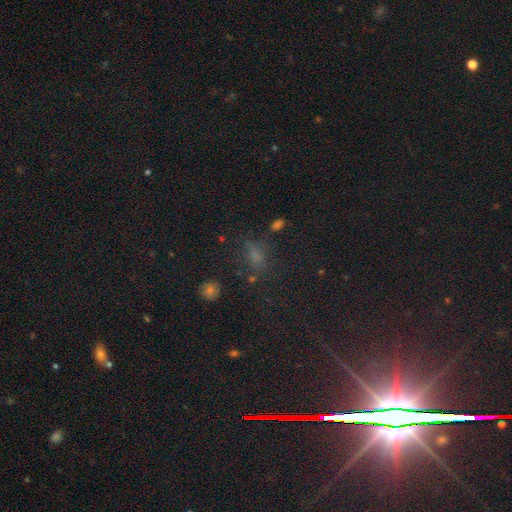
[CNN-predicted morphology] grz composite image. It shows a smooth galaxy with no disk features (50%) that is in between round and cigar-shaped (67%). Merging: none (62%).